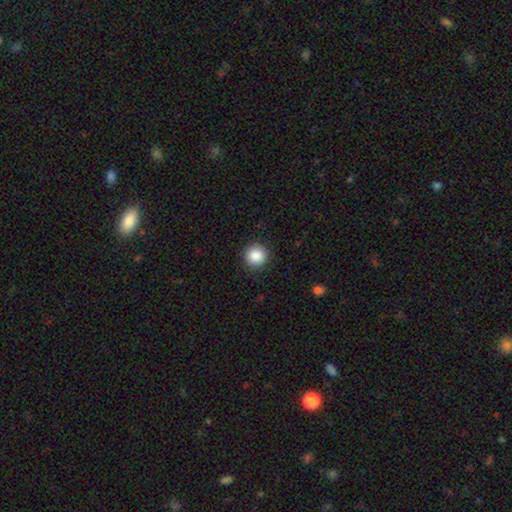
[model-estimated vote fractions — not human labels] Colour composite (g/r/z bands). It shows a smooth galaxy with no disk features (87%) that is round (94%). Merging: none (91%).